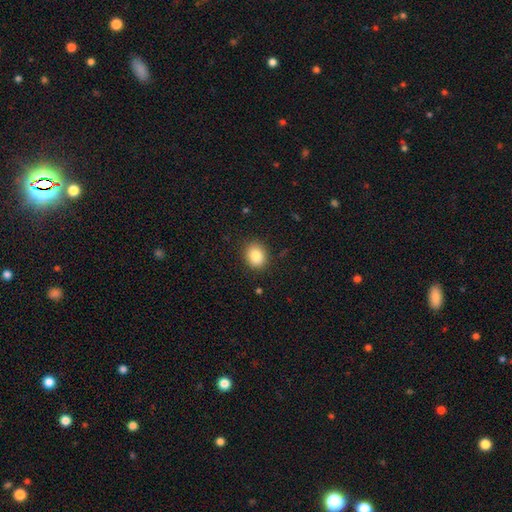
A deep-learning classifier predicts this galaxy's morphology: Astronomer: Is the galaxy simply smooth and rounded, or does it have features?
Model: smooth — 85%.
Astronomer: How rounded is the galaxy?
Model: round — 52% (runner-up: in between, 47%).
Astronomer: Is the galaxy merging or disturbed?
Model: none — 88%.